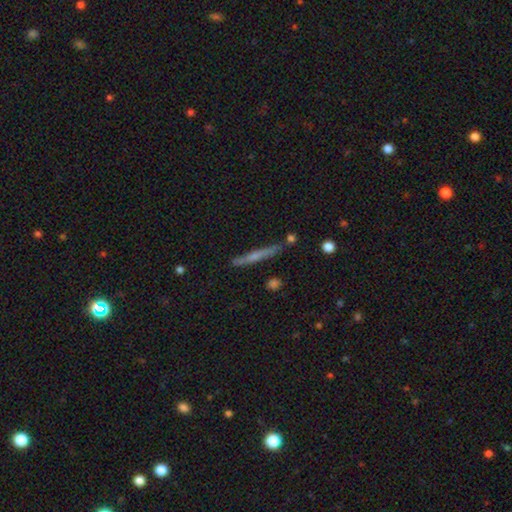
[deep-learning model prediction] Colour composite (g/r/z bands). It shows a featured or disk galaxy (57%) viewed edge-on (96%) with a rounded central bulge (48%). Merging: none (85%).